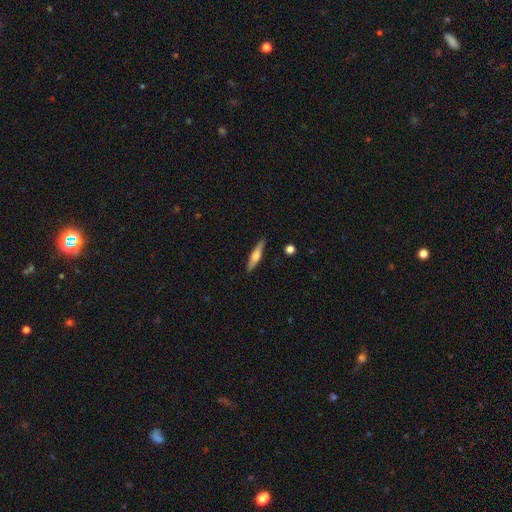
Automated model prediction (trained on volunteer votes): smooth_or_featured: featured or disk (p=0.49) [alt: smooth p=0.45]
merging: none (p=0.89) [alt: minor disturbance p=0.08]